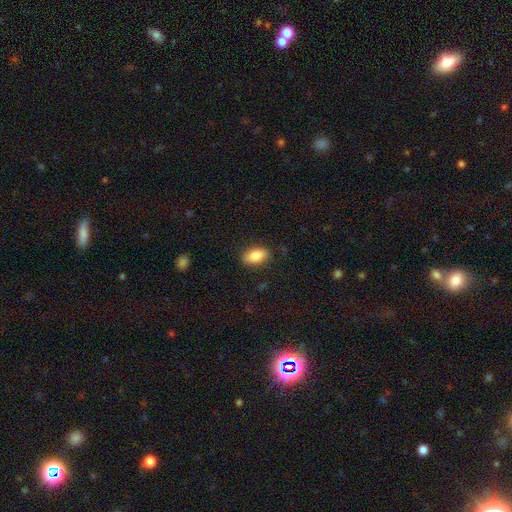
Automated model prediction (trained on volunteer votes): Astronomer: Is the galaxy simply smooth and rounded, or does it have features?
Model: smooth — 85%.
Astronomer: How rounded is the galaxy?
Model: in between — 91%.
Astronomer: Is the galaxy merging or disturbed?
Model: none — 85%.